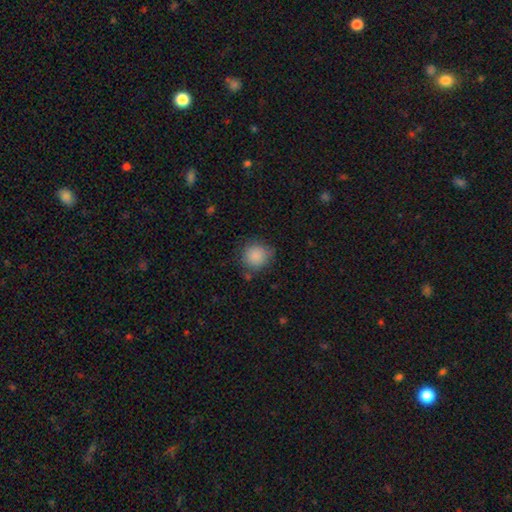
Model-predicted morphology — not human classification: Smooth or featured? smooth (86%)
How rounded? round (88%)
Merging? none (74%)